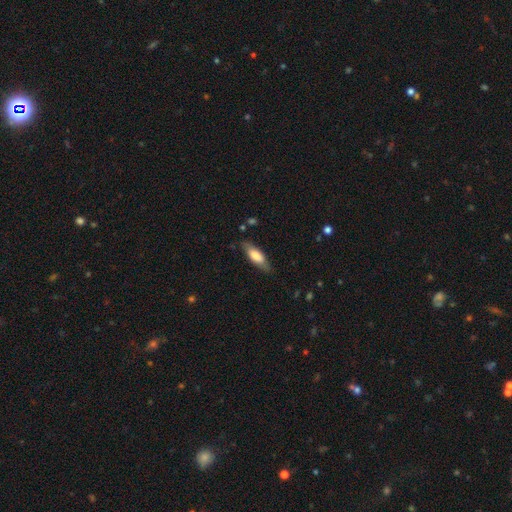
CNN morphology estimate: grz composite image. It shows a smooth galaxy with no disk features (68%) that is in between round and cigar-shaped (59%). Merging: none (80%).